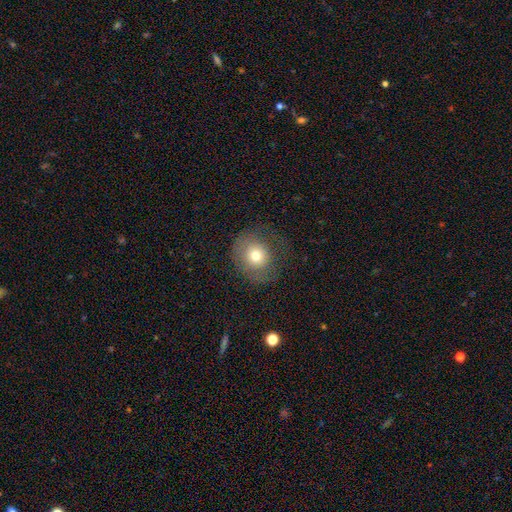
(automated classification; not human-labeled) Smooth or featured? Predicted: smooth (p=0.68). How rounded? Predicted: round (p=0.80). Merging? Predicted: none (p=0.62).